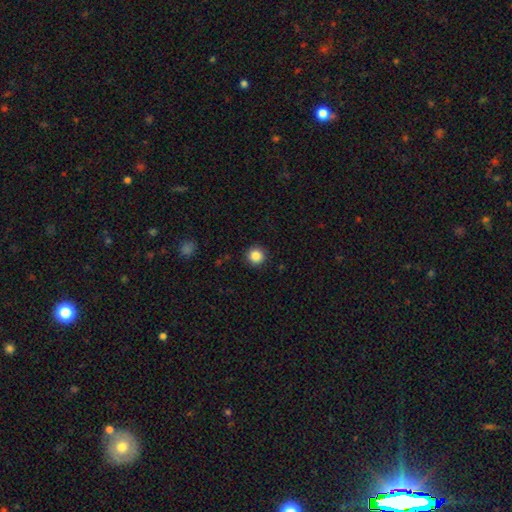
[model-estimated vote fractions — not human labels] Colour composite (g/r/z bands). It shows a smooth galaxy with no disk features (86%) that is round (95%). Merging: none (92%).